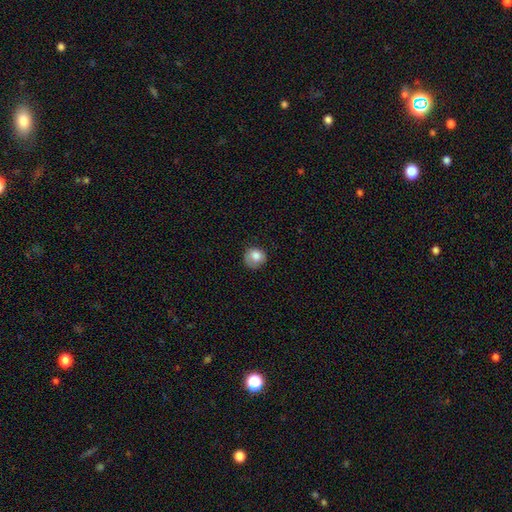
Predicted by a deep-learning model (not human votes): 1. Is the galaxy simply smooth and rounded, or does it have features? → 79% smooth, 13% featured or disk, 8% star or artifact.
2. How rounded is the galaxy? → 82% round, 17% in between, 1% cigar-shaped.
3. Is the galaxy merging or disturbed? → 64% none, 25% minor disturbance, 10% major disturbance, 1% merger.